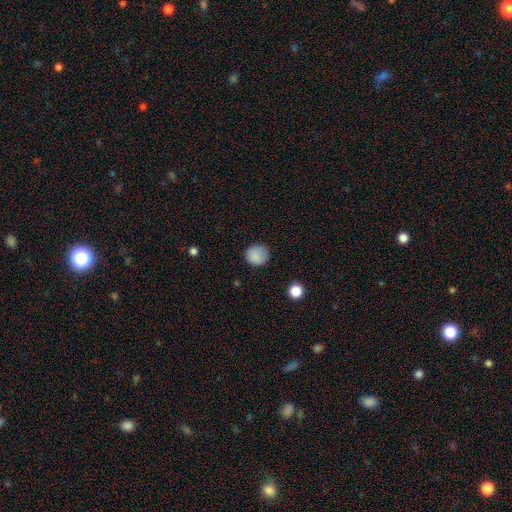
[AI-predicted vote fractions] Morphology: type=smooth (86%); roundness=round (88%); merging=none (83%).